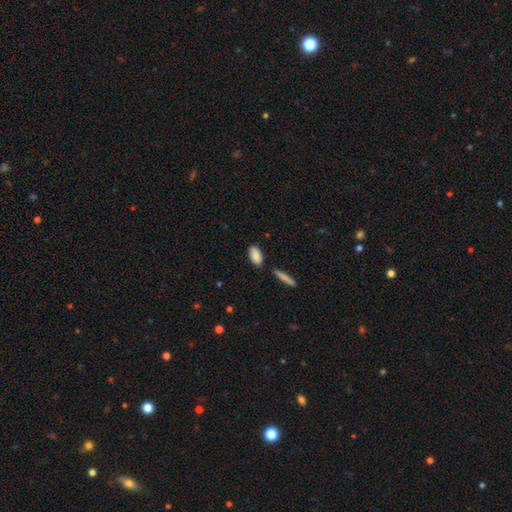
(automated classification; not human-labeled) Smooth or featured? smooth (86%)
How rounded? in between (89%)
Merging? none (81%)